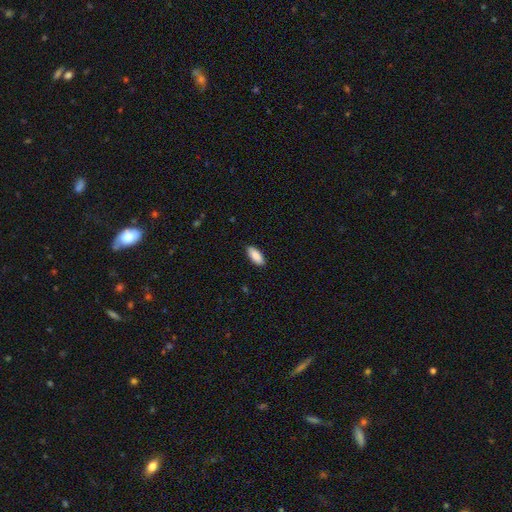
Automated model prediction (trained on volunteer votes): This is clearly a smooth galaxy (89%). How rounded: clearly in between (85%). Merging: clearly none (89%).